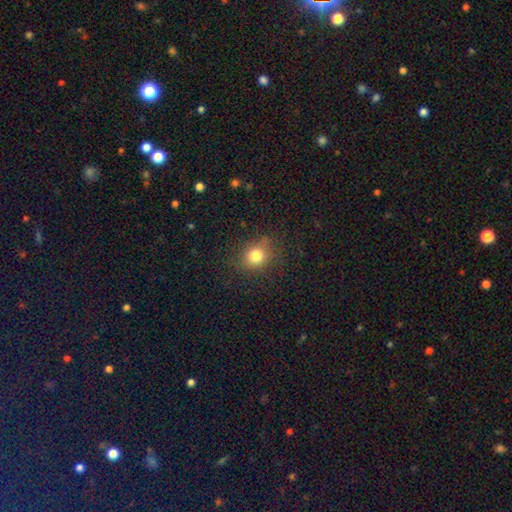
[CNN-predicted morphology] A smooth galaxy with no disk features (80%) that is round (75%).

Vote fractions:
- Smooth or featured? smooth: 80% / star or artifact: 13% / featured or disk: 7%
- How rounded? round: 75% / in between: 23% / cigar-shaped: 1%
- Merging? none: 83% / minor disturbance: 12% / major disturbance: 4% / merger: 1%